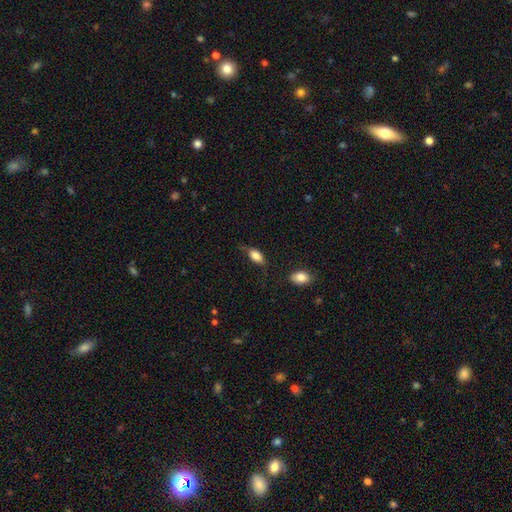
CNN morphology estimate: smooth_or_featured: smooth (p=0.80) [alt: featured or disk p=0.13]
how_rounded: in between (p=0.86) [alt: cigar-shaped p=0.07]
merging: none (p=0.50) [alt: minor disturbance p=0.32]